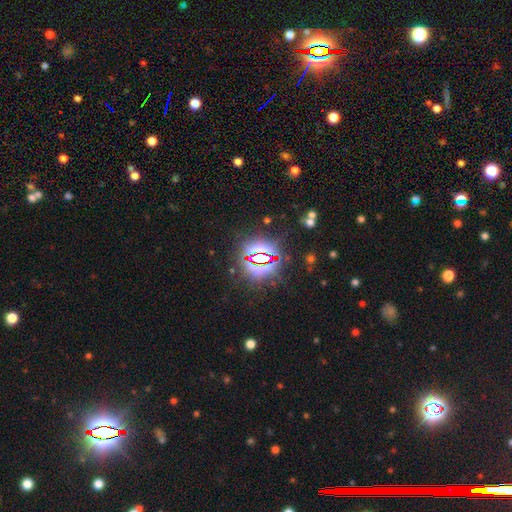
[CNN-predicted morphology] star or artifact 80%, smooth 12%, featured or disk 8%.